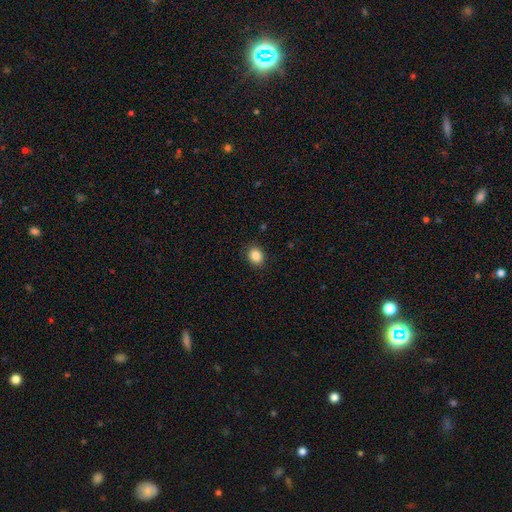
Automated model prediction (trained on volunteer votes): Q: Smooth or featured?
A: smooth (86%); runner-up: star or artifact (9%)
Q: How rounded?
A: round (54%); runner-up: in between (45%)
Q: Merging?
A: none (89%); runner-up: minor disturbance (8%)